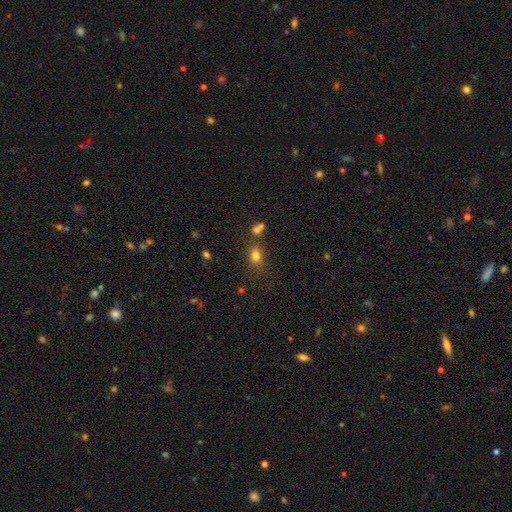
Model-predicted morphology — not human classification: The model was most divided on "how rounded": round: 54%, in between: 45%, cigar-shaped: 1%. More confident: smooth or featured — smooth (76%); merging — none (68%).